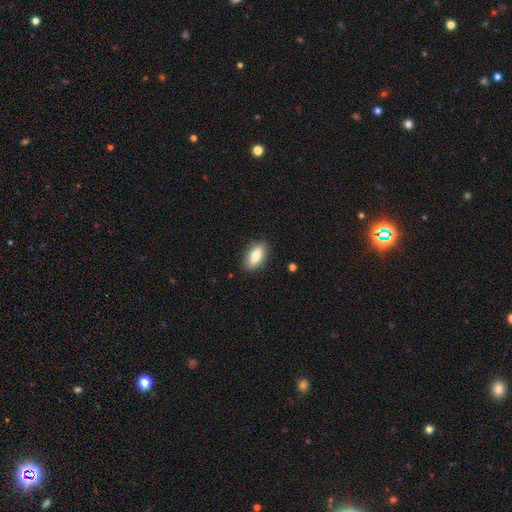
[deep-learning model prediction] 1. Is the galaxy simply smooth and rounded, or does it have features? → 82% smooth, 12% featured or disk, 7% star or artifact.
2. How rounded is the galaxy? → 88% in between, 9% cigar-shaped, 4% round.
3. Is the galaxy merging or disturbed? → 87% none, 10% minor disturbance, 2% major disturbance, 1% merger.